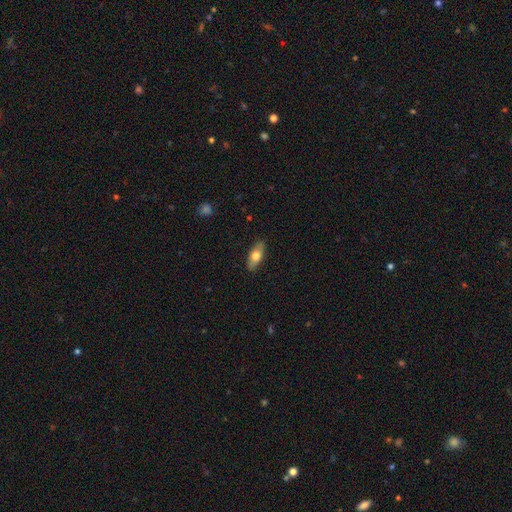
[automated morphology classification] type=smooth (66%); roundness=in between (78%); merging=none (88%).